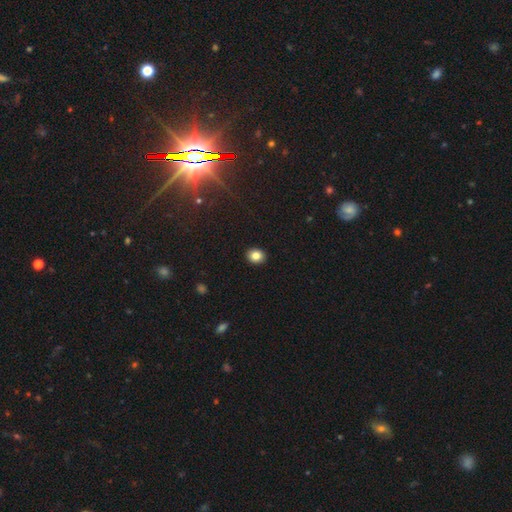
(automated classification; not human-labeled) Smooth or featured? smooth (84%)
How rounded? round (64%)
Merging? none (92%)